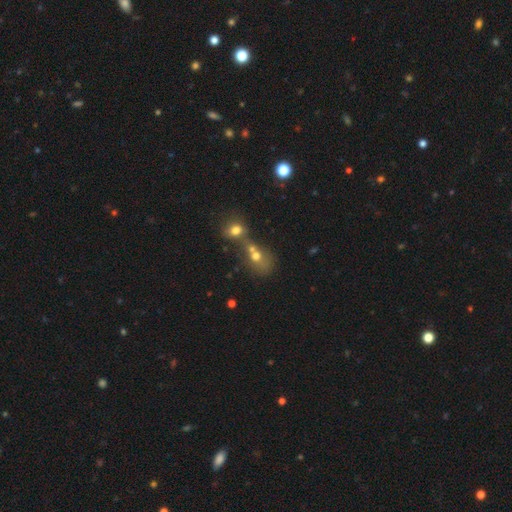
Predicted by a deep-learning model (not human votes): A smooth galaxy with no disk features (64%) that is round (55%).

Vote fractions:
- Smooth or featured? smooth: 64% / featured or disk: 21% / star or artifact: 15%
- How rounded? round: 55% / in between: 43% / cigar-shaped: 2%
- Merging? merger: 69% / none: 18% / minor disturbance: 6% / major disturbance: 6%